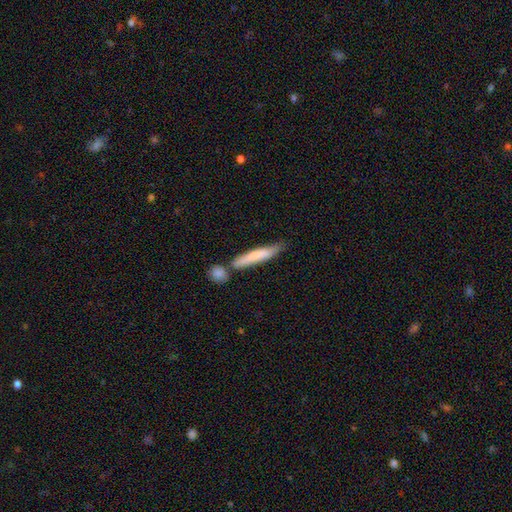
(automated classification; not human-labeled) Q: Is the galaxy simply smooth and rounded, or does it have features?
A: smooth — 72%.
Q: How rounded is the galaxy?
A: cigar-shaped — 92%.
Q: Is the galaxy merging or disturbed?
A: none — 62%.